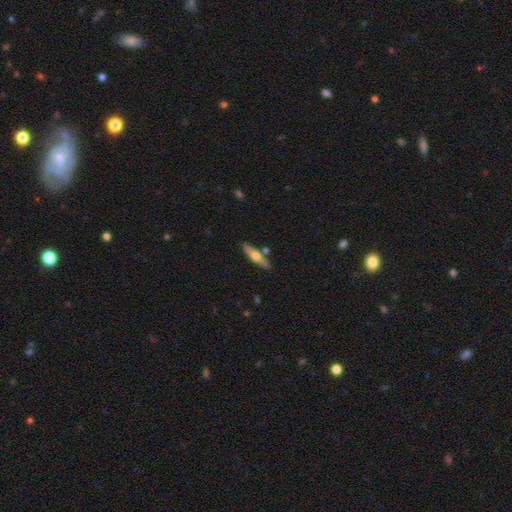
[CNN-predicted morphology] This appears to be a featured or disk galaxy (49%). Merging: none (84%).